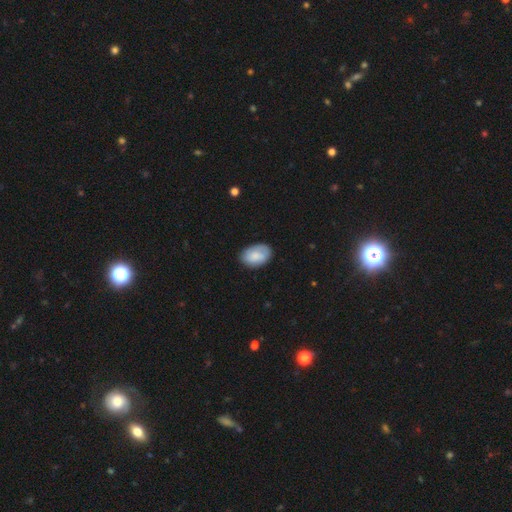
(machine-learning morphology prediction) Smooth or featured: smooth — 75% (featured or disk — 19%)
How rounded: in between — 88% (round — 11%)
Merging: none — 79% (minor disturbance — 17%)